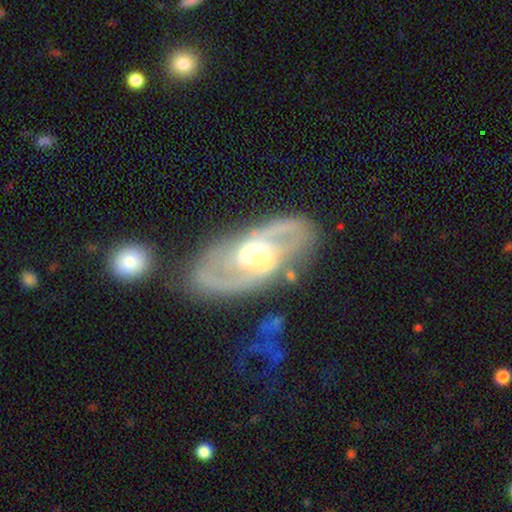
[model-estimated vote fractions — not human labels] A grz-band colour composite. It shows a featured or disk galaxy (87%) with a weak bar (46%), 2 (83%) medium (52%) spiral arms (94%) and a moderate central bulge (68%). Merging: none (71%).